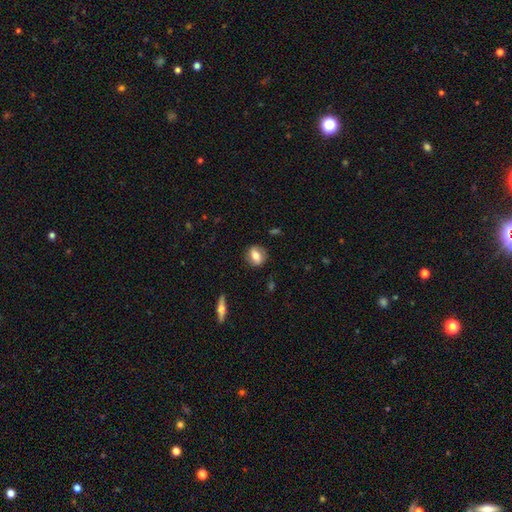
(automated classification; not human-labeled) smooth-or-featured: smooth: 67% | featured or disk: 25% | star or artifact: 8%
  how-rounded: round: 56% | in between: 41% | cigar-shaped: 3%
  merging: none: 84% | minor disturbance: 12% | major disturbance: 3% | merger: 1%